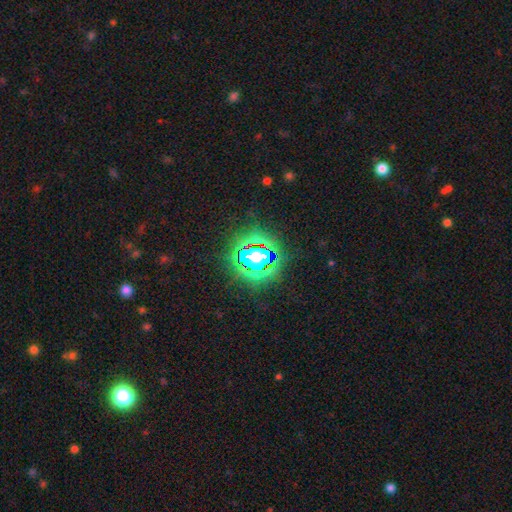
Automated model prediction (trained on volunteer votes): This appears to be a star or artifact, not a galaxy (81%).